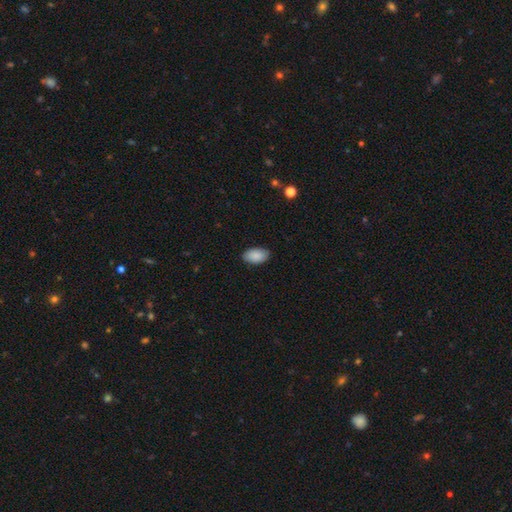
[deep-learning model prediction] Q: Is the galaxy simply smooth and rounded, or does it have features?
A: smooth — 89%.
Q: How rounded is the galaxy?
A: in between — 95%.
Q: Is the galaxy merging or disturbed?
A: none — 88%.